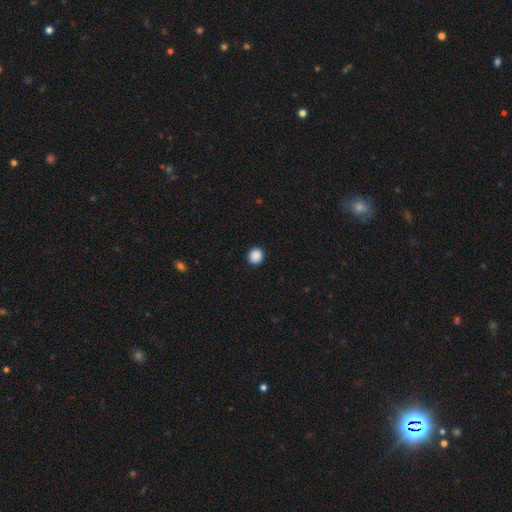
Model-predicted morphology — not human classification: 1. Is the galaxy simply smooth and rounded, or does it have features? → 89% smooth, 9% star or artifact, 2% featured or disk.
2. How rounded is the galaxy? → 91% round, 8% in between, 1% cigar-shaped.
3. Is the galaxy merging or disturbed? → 93% none, 5% minor disturbance, 2% major disturbance, 1% merger.